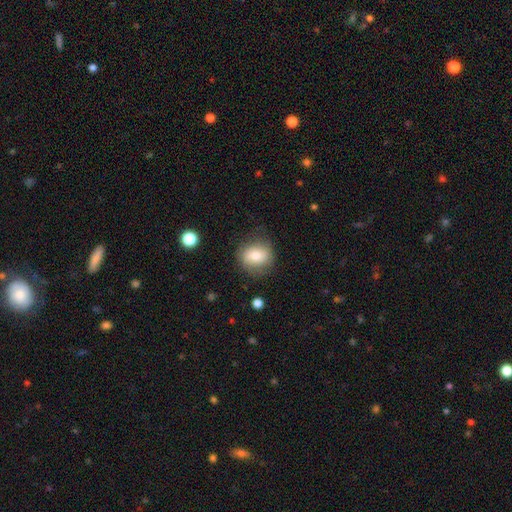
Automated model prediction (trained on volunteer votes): Smooth or featured? Predicted: smooth (p=0.72). How rounded? Predicted: round (p=0.72). Merging? Predicted: none (p=0.75).